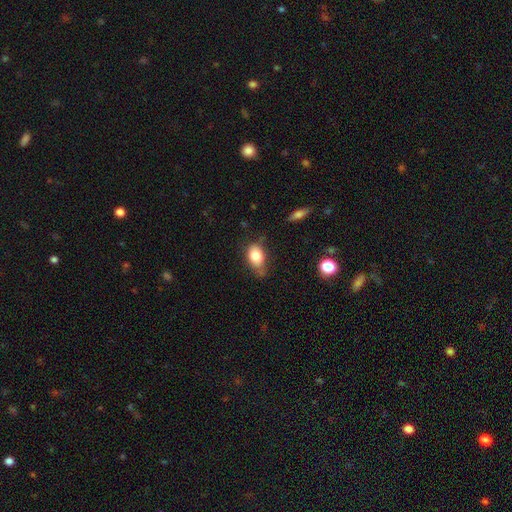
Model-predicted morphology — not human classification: smooth-or-featured: smooth: 82% | featured or disk: 10% | star or artifact: 8%
  how-rounded: in between: 84% | round: 14% | cigar-shaped: 2%
  merging: none: 57% | minor disturbance: 31% | major disturbance: 8% | merger: 4%